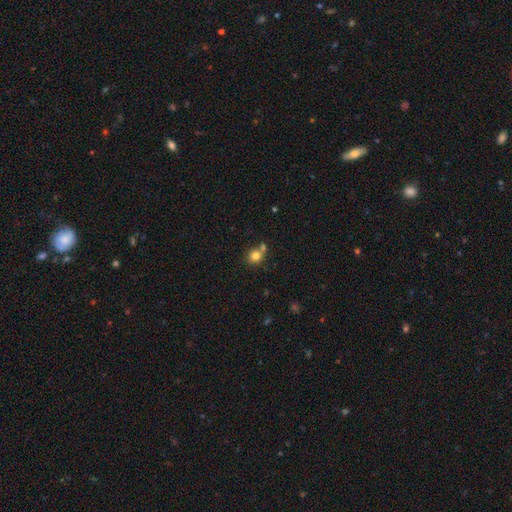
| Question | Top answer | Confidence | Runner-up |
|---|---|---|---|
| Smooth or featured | smooth | 79% | featured or disk (13%) |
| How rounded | round | 84% | in between (16%) |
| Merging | none | 50% | merger (36%) |